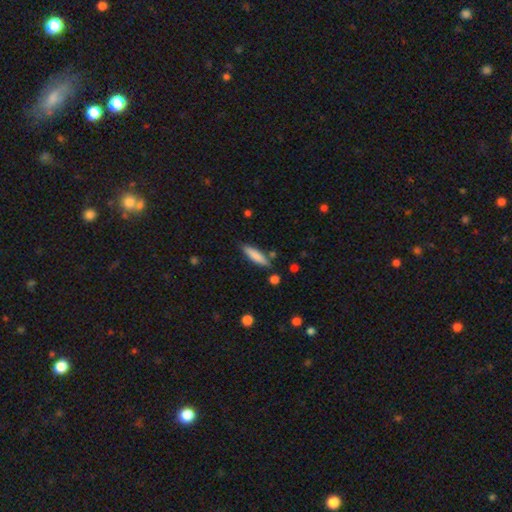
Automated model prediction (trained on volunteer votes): The model was most divided on "how rounded": cigar-shaped: 74%, in between: 25%, round: 1%. More confident: smooth or featured — smooth (82%); merging — none (81%).